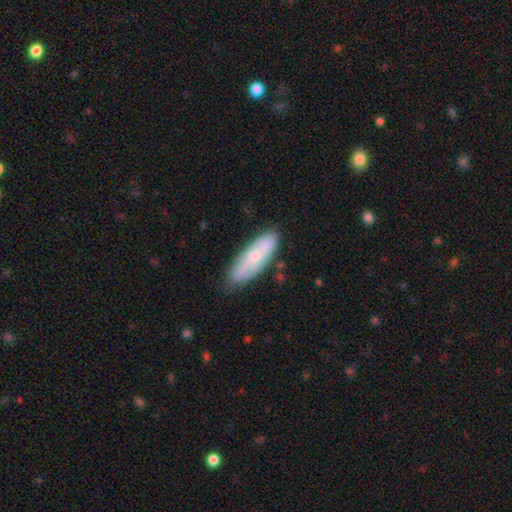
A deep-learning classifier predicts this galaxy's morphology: Smooth or featured?
  - smooth: 53% *
  - featured or disk: 41%
  - star or artifact: 6%
How rounded?
  - in between: 56% *
  - cigar-shaped: 41%
  - round: 2%
Merging?
  - none: 79% *
  - minor disturbance: 16%
  - major disturbance: 3%
  - merger: 2%